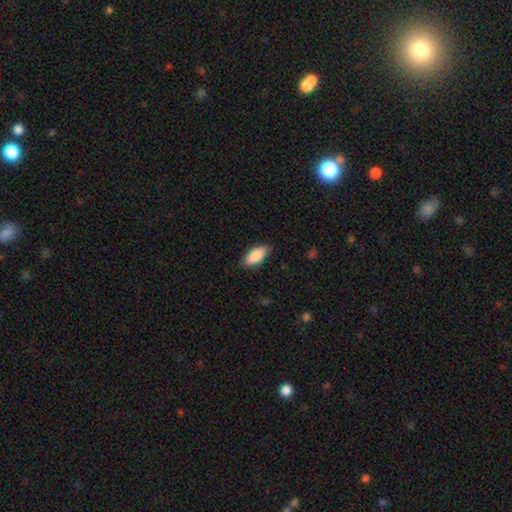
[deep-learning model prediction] smooth_or_featured: smooth (p=0.87) [alt: featured or disk p=0.07]
how_rounded: in between (p=0.88) [alt: cigar-shaped p=0.10]
merging: none (p=0.83) [alt: minor disturbance p=0.13]